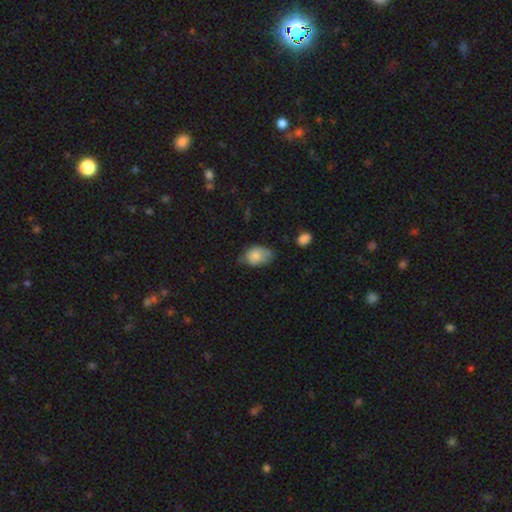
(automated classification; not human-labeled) Smooth or featured: smooth — 82% (featured or disk — 10%)
How rounded: in between — 84% (round — 15%)
Merging: none — 46% (minor disturbance — 40%)